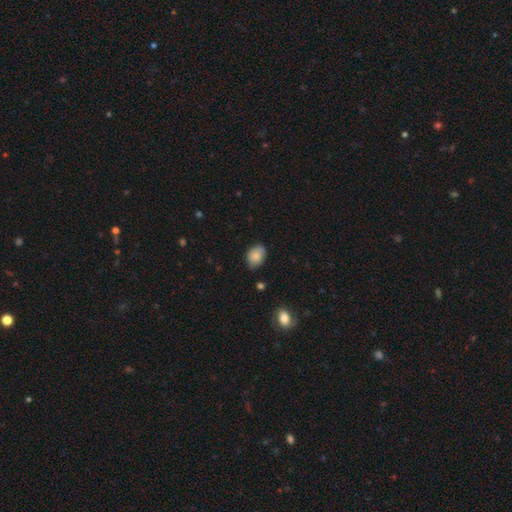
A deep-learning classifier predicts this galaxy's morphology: A smooth galaxy with no disk features (84%) that is in between round and cigar-shaped (80%). Merging: none (74%).